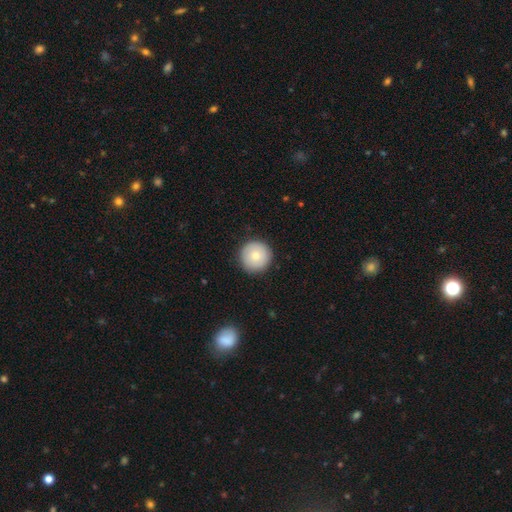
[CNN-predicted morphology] Smooth or featured?
  - smooth: 77% *
  - featured or disk: 16%
  - star or artifact: 7%
How rounded?
  - round: 97% *
  - in between: 2%
  - cigar-shaped: 1%
Merging?
  - none: 92% *
  - minor disturbance: 6%
  - major disturbance: 2%
  - merger: 1%